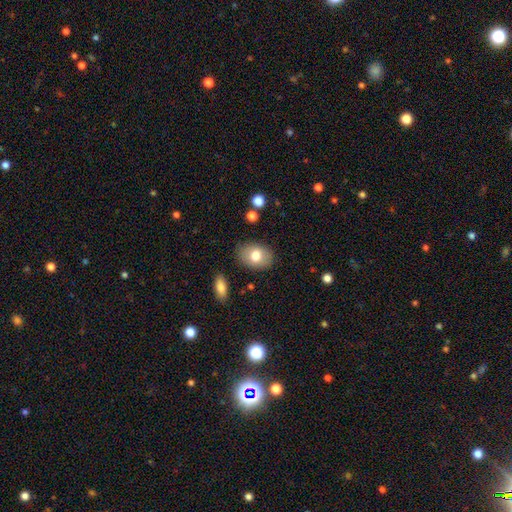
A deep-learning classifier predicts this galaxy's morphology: smooth_or_featured: smooth (p=0.75) [alt: featured or disk p=0.18]
how_rounded: in between (p=0.77) [alt: round p=0.22]
merging: none (p=0.85) [alt: minor disturbance p=0.11]